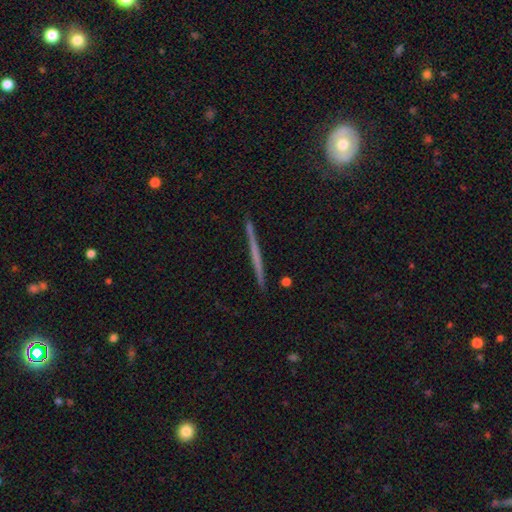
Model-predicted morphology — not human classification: A featured or disk galaxy (57%) viewed edge-on (98%) with no central bulge (90%).

Vote fractions:
- Smooth or featured? featured or disk: 57% / smooth: 36% / star or artifact: 7%
- Edge-on disk? yes: 98% / no: 2%
- Edge-on bulge? none: 90% / rounded: 7% / boxy: 3%
- Merging? none: 91% / minor disturbance: 6% / merger: 1% / major disturbance: 1%